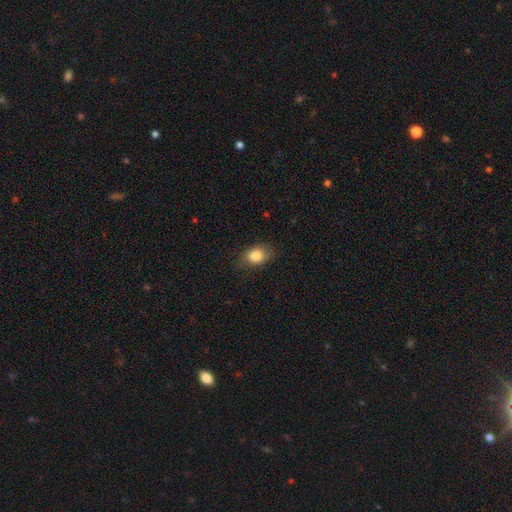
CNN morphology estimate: Smooth or featured: smooth — 84% (star or artifact — 9%)
How rounded: in between — 73% (round — 25%)
Merging: none — 76% (minor disturbance — 18%)